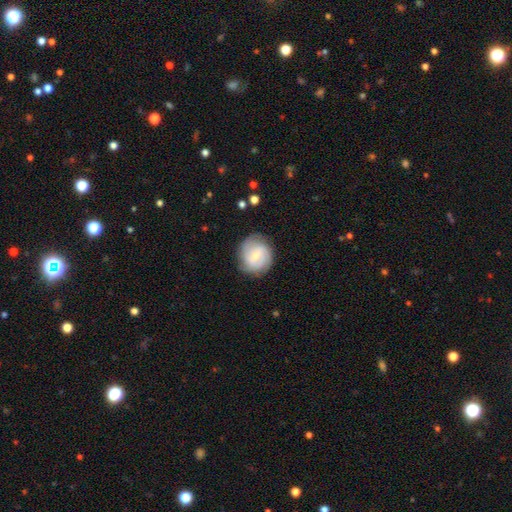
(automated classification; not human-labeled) Q: Smooth or featured?
A: featured or disk (66%); runner-up: smooth (27%)
Q: Edge-on disk?
A: no (98%); runner-up: yes (2%)
Q: Bar?
A: weak (54%); runner-up: no (33%)
Q: Spiral arms?
A: yes (90%); runner-up: no (10%)
Q: Spiral winding?
A: tight (55%); runner-up: medium (34%)
Q: Spiral arm count?
A: 2 (38%); runner-up: can't tell (29%)
Q: Bulge size?
A: small (67%); runner-up: moderate (27%)
Q: Merging?
A: none (79%); runner-up: minor disturbance (15%)